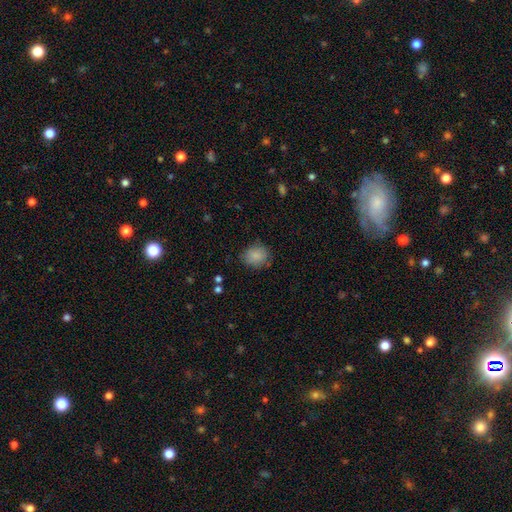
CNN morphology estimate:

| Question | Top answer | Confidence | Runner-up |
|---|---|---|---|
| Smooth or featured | smooth | 86% | star or artifact (9%) |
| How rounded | round | 65% | in between (34%) |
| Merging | none | 77% | minor disturbance (17%) |